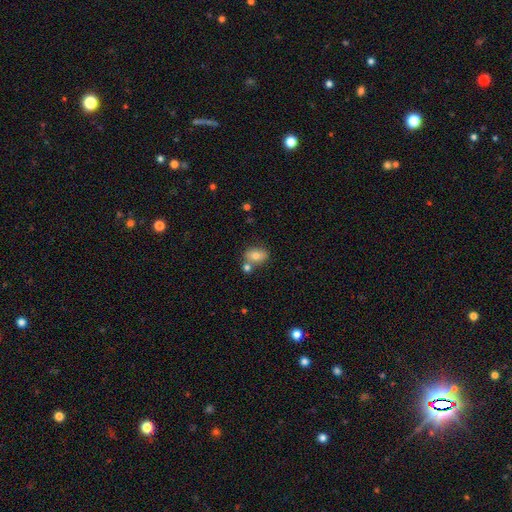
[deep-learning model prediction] A smooth galaxy with no disk features (76%) that is in between round and cigar-shaped (70%).

Vote fractions:
- Smooth or featured? smooth: 76% / featured or disk: 15% / star or artifact: 9%
- How rounded? in between: 70% / round: 29% / cigar-shaped: 2%
- Merging? none: 61% / merger: 22% / minor disturbance: 13% / major disturbance: 4%